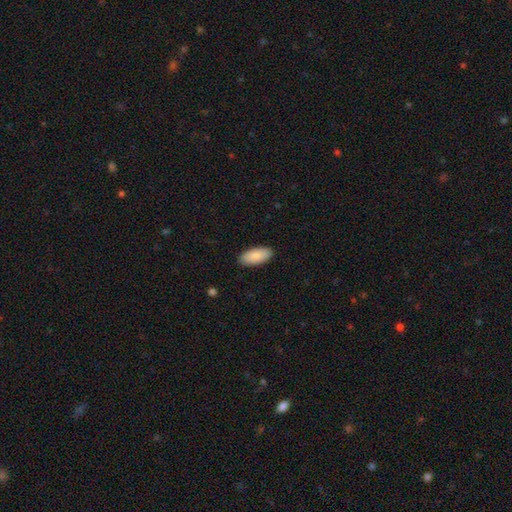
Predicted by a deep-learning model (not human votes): Morphology: type=smooth (89%); roundness=in between (91%); merging=none (90%).